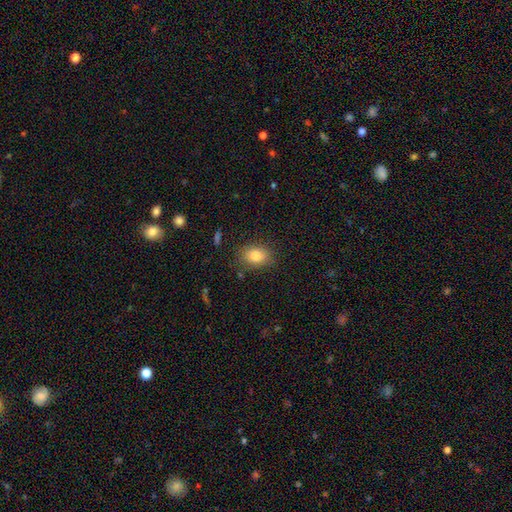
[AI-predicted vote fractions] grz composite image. It shows a smooth galaxy with no disk features (83%) that is in between round and cigar-shaped (76%). Merging: none (83%).